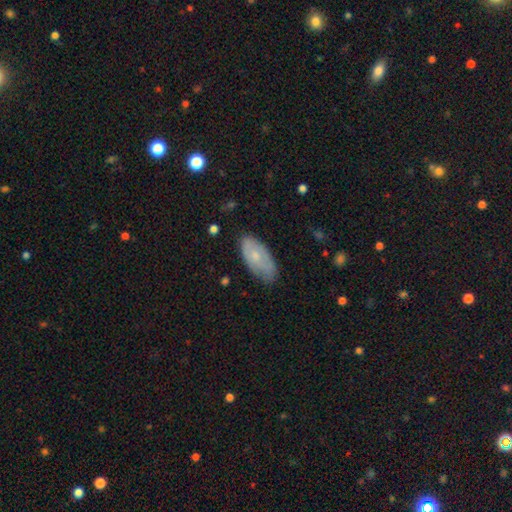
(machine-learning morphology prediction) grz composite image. It shows a smooth galaxy with no disk features (60%) that is in between round and cigar-shaped (92%). Merging: none (69%).